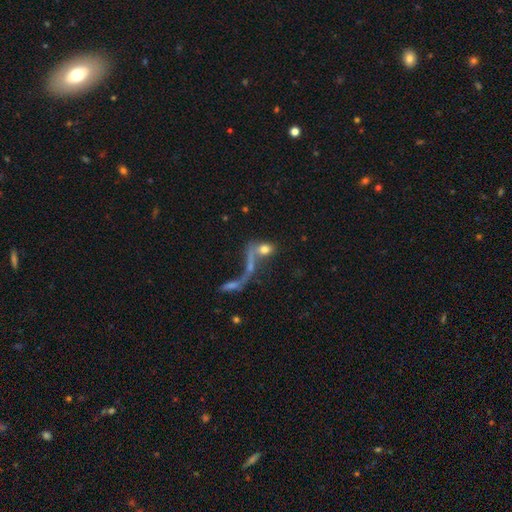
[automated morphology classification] Smooth or featured? Predicted: smooth (p=0.40). Merging? Predicted: merger (p=0.52).